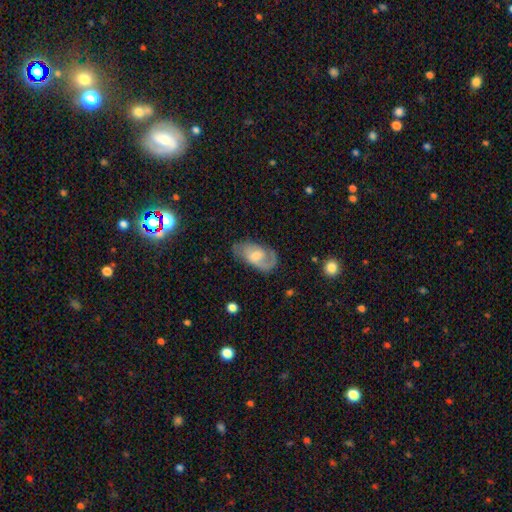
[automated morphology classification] type=featured or disk (71%); edge-on=no (95%); bar=no (48%); spiral arms=yes (89%); winding=medium (45%); arm count=2 (58%); bulge=moderate (52%); merging=none (67%).